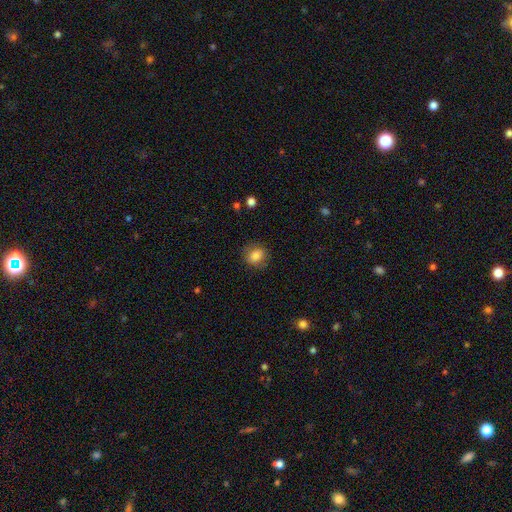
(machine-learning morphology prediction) This appears to be a smooth galaxy with no disk features (80%) that is round (62%). Merging: none (82%).